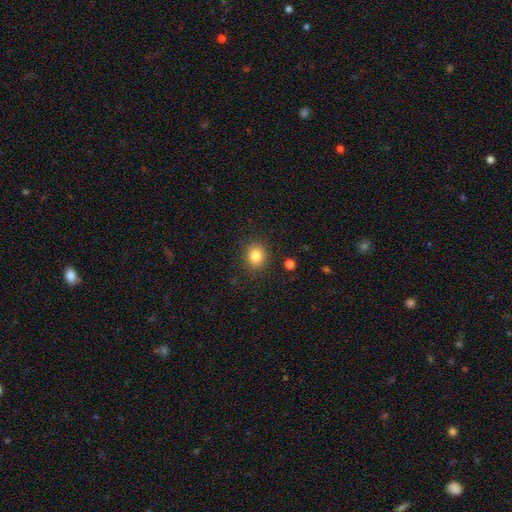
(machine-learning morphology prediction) smooth-or-featured: smooth: 83% | star or artifact: 11% | featured or disk: 6%
  how-rounded: round: 71% | in between: 28% | cigar-shaped: 1%
  merging: none: 88% | minor disturbance: 8% | major disturbance: 3% | merger: 1%